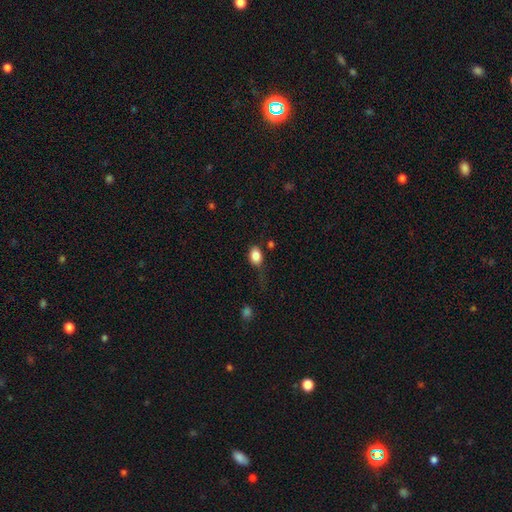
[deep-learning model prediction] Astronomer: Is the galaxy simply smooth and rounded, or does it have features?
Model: smooth — 85%.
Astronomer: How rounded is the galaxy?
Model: in between — 73%.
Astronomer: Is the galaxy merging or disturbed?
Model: none — 55%.